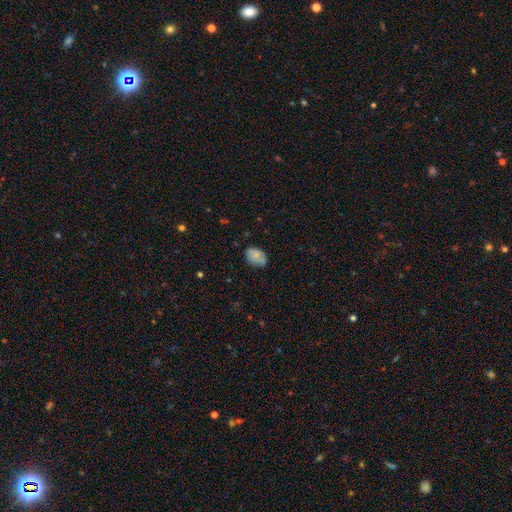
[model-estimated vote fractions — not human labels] smooth 75%, featured or disk 16%, star or artifact 9%. Down the decision tree: how rounded — in between (76%); merging — none (61%).